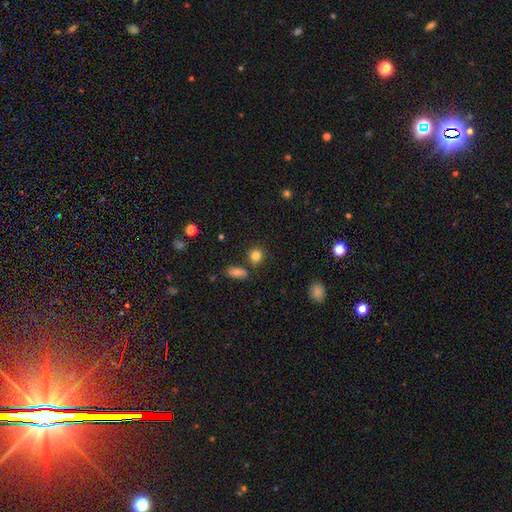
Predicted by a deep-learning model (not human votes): smooth 83%, star or artifact 11%, featured or disk 6%. Down the decision tree: how rounded — round (83%); merging — none (77%).